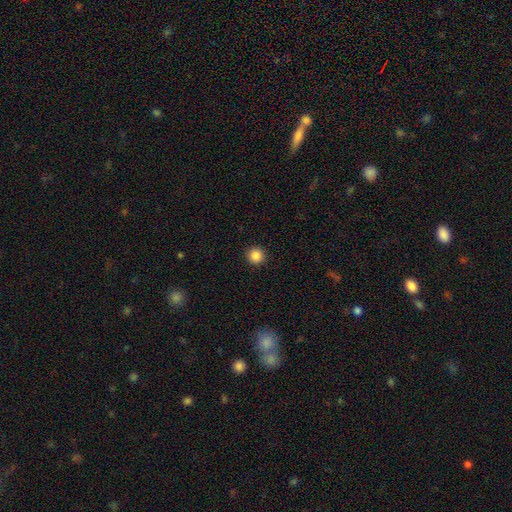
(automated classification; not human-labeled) Smooth or featured? smooth (87%)
How rounded? round (96%)
Merging? none (93%)